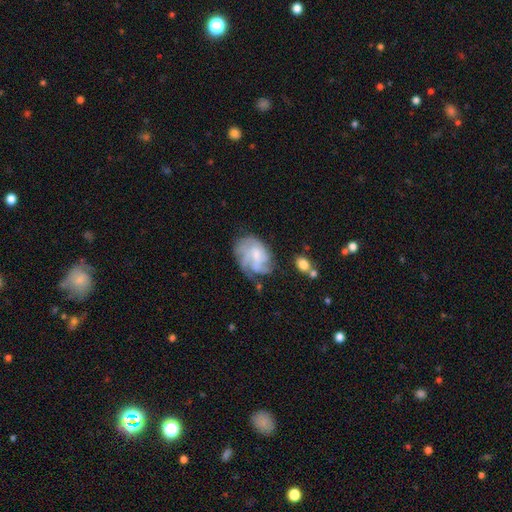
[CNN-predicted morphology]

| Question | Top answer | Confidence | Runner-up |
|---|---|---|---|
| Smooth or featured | featured or disk | 67% | smooth (24%) |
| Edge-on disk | no | 97% | yes (3%) |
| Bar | no | 52% | weak (40%) |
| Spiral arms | yes | 81% | no (19%) |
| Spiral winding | tight | 40% | medium (39%) |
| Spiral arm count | can't tell | 39% | 3 (23%) |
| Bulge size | small | 36% | none (30%) |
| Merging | none | 44% | major disturbance (26%) |